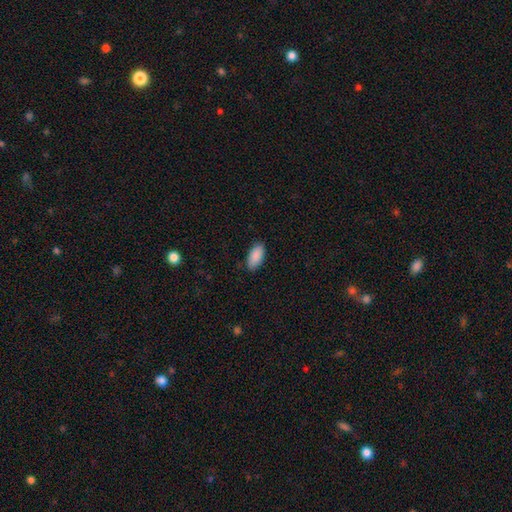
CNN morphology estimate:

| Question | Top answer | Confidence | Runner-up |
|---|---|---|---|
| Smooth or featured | smooth | 90% | star or artifact (6%) |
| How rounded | in between | 93% | cigar-shaped (5%) |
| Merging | none | 86% | minor disturbance (11%) |